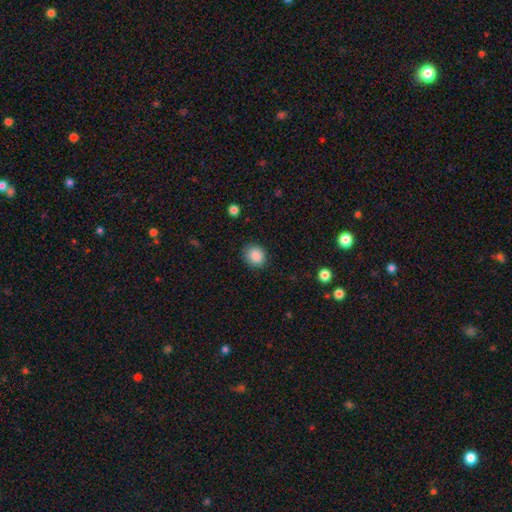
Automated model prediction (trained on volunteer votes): Smooth or featured?
  - smooth: 88% *
  - star or artifact: 9%
  - featured or disk: 3%
How rounded?
  - round: 69% *
  - in between: 30%
  - cigar-shaped: 1%
Merging?
  - none: 85% *
  - minor disturbance: 11%
  - major disturbance: 3%
  - merger: 1%